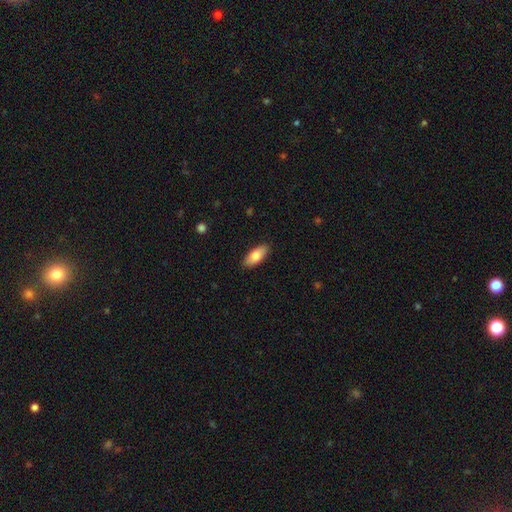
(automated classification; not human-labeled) Q: Smooth or featured?
A: smooth (79%); runner-up: featured or disk (15%)
Q: How rounded?
A: in between (84%); runner-up: cigar-shaped (14%)
Q: Merging?
A: none (89%); runner-up: minor disturbance (8%)